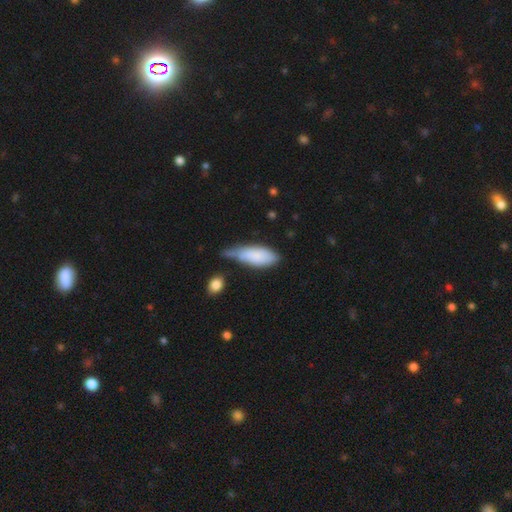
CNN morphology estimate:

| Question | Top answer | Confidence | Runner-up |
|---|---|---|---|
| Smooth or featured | smooth | 79% | featured or disk (14%) |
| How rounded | in between | 78% | cigar-shaped (20%) |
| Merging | minor disturbance | 42% | none (34%) |